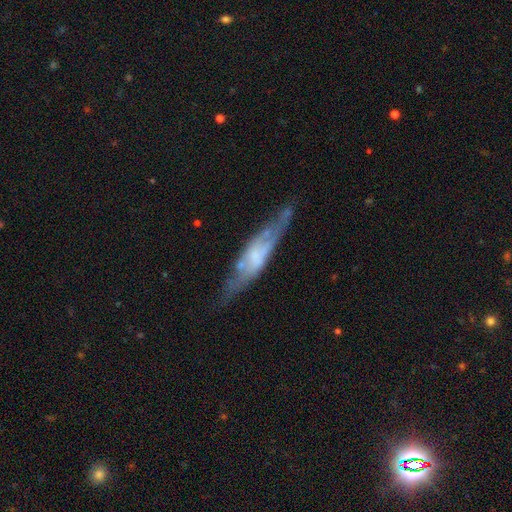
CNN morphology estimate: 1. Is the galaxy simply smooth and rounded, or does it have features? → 65% featured or disk, 27% smooth, 7% star or artifact.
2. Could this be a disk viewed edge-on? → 67% yes, 33% no.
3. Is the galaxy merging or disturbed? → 65% none, 22% minor disturbance, 10% major disturbance, 4% merger.